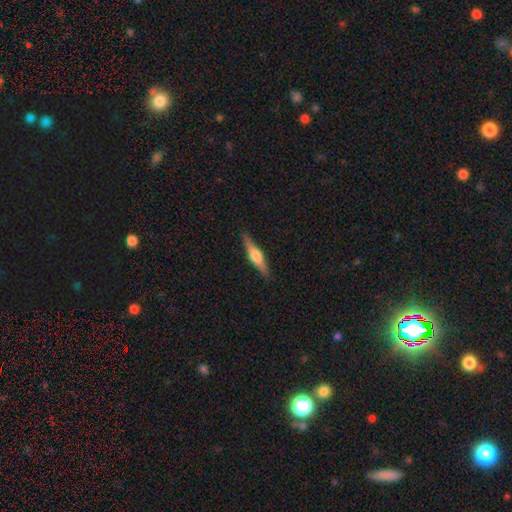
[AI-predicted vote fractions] A featured or disk galaxy (62%) viewed edge-on (97%) with a rounded central bulge (90%). Merging: none (90%).